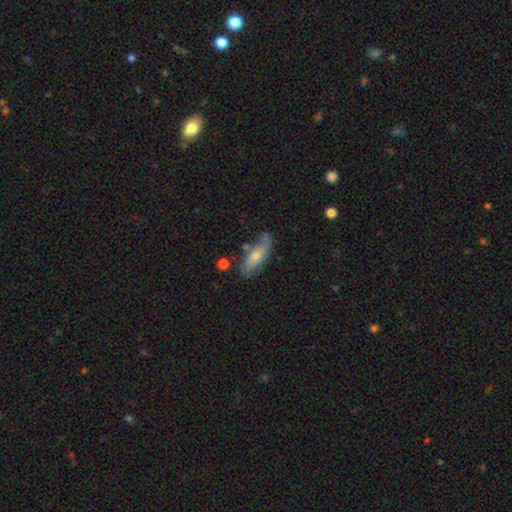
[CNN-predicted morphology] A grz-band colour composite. It shows a smooth galaxy with no disk features (57%) that is in between round and cigar-shaped (53%). Merging: none (58%).